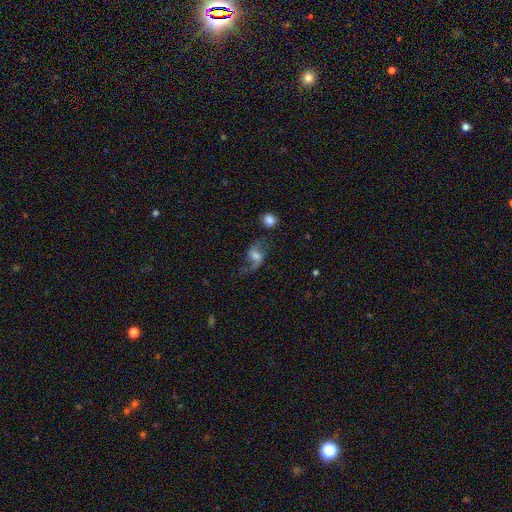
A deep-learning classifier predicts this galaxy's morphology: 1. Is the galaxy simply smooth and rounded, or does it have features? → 64% featured or disk, 26% smooth, 10% star or artifact.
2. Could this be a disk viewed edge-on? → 95% no, 5% yes.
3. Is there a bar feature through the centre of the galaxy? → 46% weak, 35% no, 18% strong.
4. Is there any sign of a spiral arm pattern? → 88% yes, 12% no.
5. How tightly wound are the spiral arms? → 81% loose, 15% medium, 3% tight.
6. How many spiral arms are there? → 82% 2, 12% 1, 4% can't tell, 1% 3, 1% 4, 1% more than 4.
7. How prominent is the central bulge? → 45% moderate, 27% small, 16% large, 9% none, 3% dominant.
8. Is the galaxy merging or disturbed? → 48% none, 26% major disturbance, 20% minor disturbance, 6% merger.